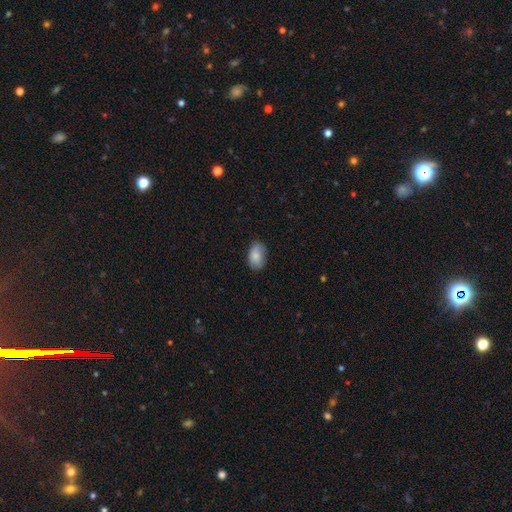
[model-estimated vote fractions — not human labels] smooth_or_featured: smooth (p=0.84) [alt: featured or disk p=0.09]
how_rounded: in between (p=0.90) [alt: round p=0.08]
merging: none (p=0.76) [alt: minor disturbance p=0.19]